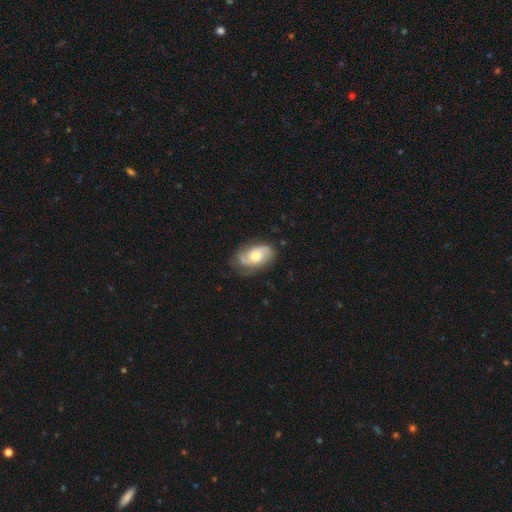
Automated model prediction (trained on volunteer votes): Q: Smooth or featured?
A: featured or disk (75%); runner-up: smooth (19%)
Q: Edge-on disk?
A: no (96%); runner-up: yes (4%)
Q: Bar?
A: no (71%); runner-up: weak (24%)
Q: Spiral arms?
A: yes (93%); runner-up: no (7%)
Q: Spiral winding?
A: medium (43%); runner-up: tight (41%)
Q: Spiral arm count?
A: 2 (72%); runner-up: can't tell (13%)
Q: Bulge size?
A: moderate (61%); runner-up: small (30%)
Q: Merging?
A: none (70%); runner-up: minor disturbance (21%)